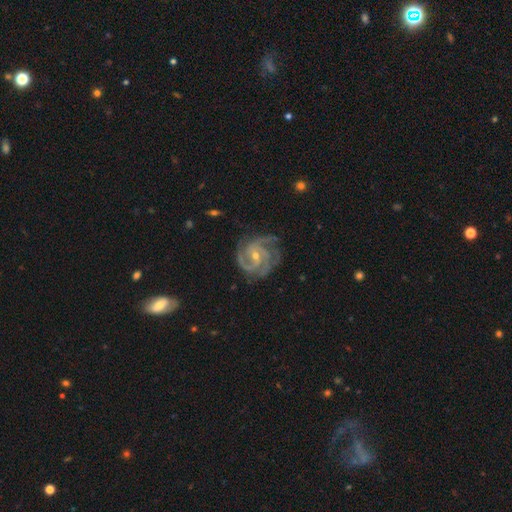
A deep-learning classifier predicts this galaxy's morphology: This appears to be a featured or disk galaxy (92%) with no bar (51%), 3 (50%) tight (62%) spiral arms (99%) and a small central bulge (63%). Merging: none (76%).